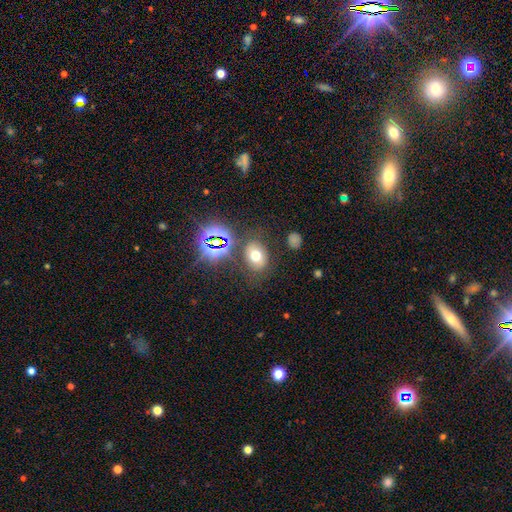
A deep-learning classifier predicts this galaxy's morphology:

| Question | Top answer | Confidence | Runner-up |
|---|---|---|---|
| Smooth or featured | smooth | 61% | star or artifact (23%) |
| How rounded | in between | 63% | round (36%) |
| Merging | none | 75% | minor disturbance (13%) |